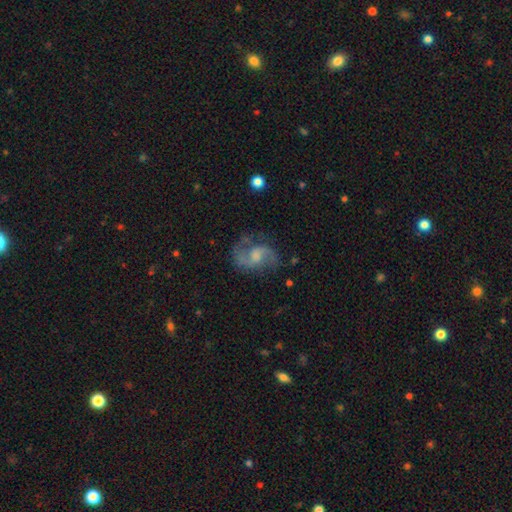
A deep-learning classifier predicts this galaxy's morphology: Smooth or featured? Predicted: featured or disk (p=0.85). Edge-on disk? Predicted: no (p=0.98). Bar? Predicted: no (p=0.48). Spiral arms? Predicted: yes (p=0.96). Spiral winding? Predicted: medium (p=0.52). Spiral arm count? Predicted: 2 (p=0.91). Bulge size? Predicted: moderate (p=0.44). Merging? Predicted: none (p=0.73).